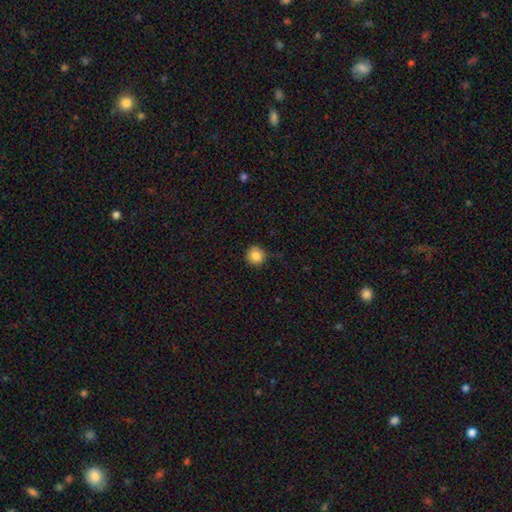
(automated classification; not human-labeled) smooth 86%, star or artifact 10%, featured or disk 4%. Down the decision tree: how rounded — round (94%); merging — none (86%).